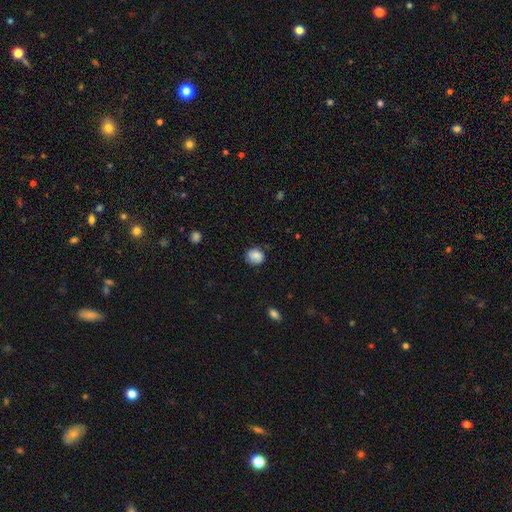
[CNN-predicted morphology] This appears to be a smooth galaxy with no disk features (79%) that is round (75%). Merging: none (75%).